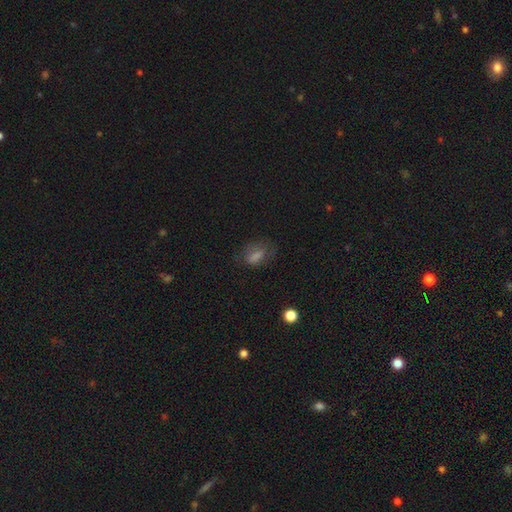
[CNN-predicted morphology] A smooth galaxy with no disk features (58%) that is in between round and cigar-shaped (75%).

Vote fractions:
- Smooth or featured? smooth: 58% / star or artifact: 21% / featured or disk: 21%
- How rounded? in between: 75% / round: 16% / cigar-shaped: 10%
- Merging? none: 66% / minor disturbance: 20% / major disturbance: 12% / merger: 2%